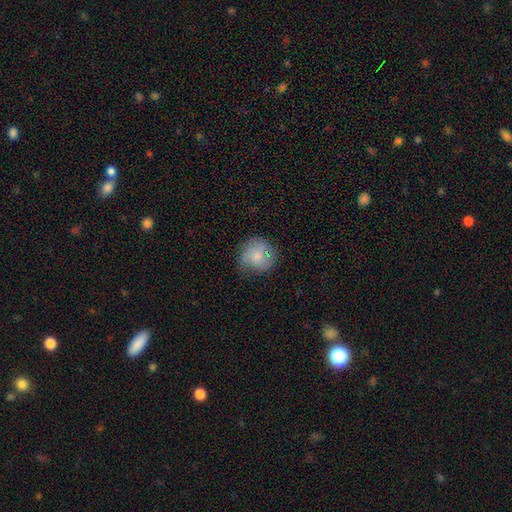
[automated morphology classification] Overall: smooth (70%). How rounded: round (88%). Merging: none (64%; minor disturbance 25%).